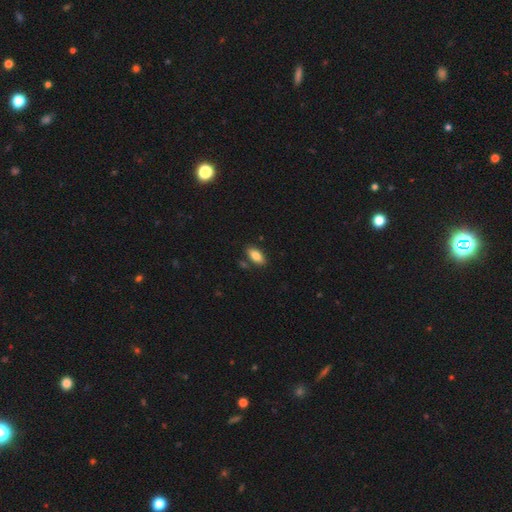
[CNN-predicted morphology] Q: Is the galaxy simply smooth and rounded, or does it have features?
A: smooth — 81%.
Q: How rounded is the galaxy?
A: in between — 89%.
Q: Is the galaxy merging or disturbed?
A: none — 82%.